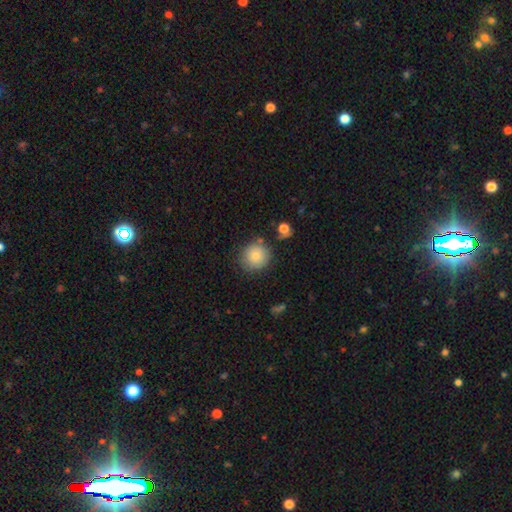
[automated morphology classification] This appears to be a smooth galaxy with no disk features (81%) that is round (91%). Merging: none (78%).